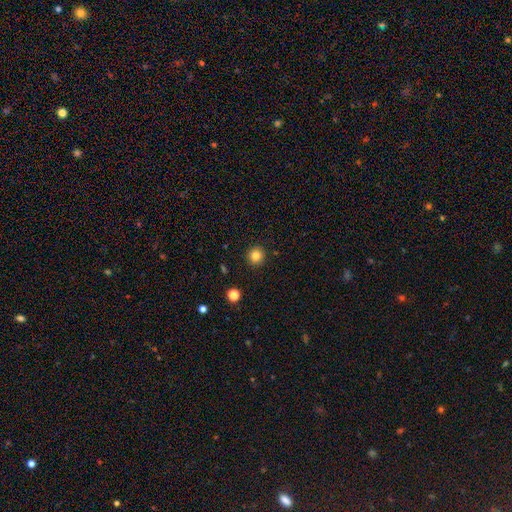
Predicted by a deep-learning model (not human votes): smooth 83%, star or artifact 12%, featured or disk 5%. Down the decision tree: how rounded — round (94%); merging — none (92%).